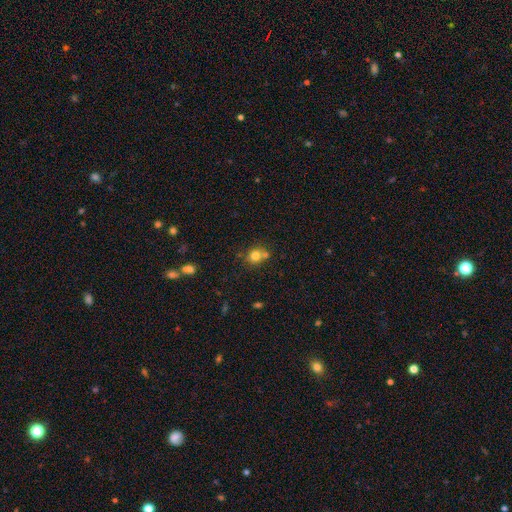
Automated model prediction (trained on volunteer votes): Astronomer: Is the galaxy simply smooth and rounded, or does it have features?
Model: smooth — 77%.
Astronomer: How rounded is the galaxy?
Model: round — 81%.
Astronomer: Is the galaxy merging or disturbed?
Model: none — 56%.